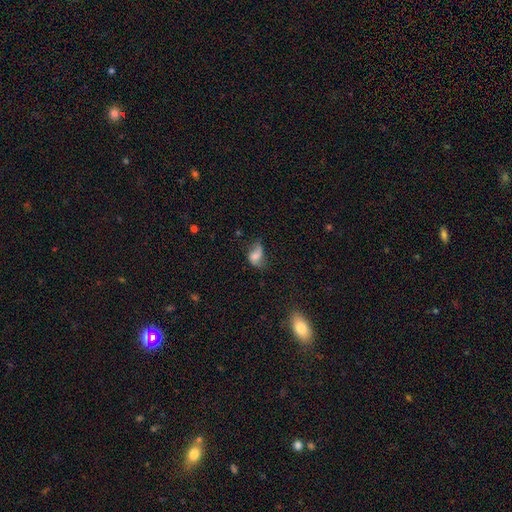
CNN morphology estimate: This appears to be a smooth galaxy with no disk features (56%) that is in between round and cigar-shaped (82%). Merging: none (32%).